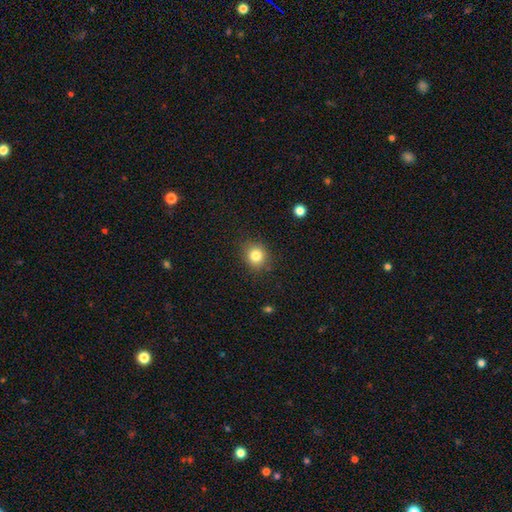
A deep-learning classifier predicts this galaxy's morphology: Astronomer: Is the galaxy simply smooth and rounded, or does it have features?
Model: smooth — 82%.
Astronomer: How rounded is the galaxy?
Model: round — 85%.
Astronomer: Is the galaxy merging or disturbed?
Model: none — 87%.